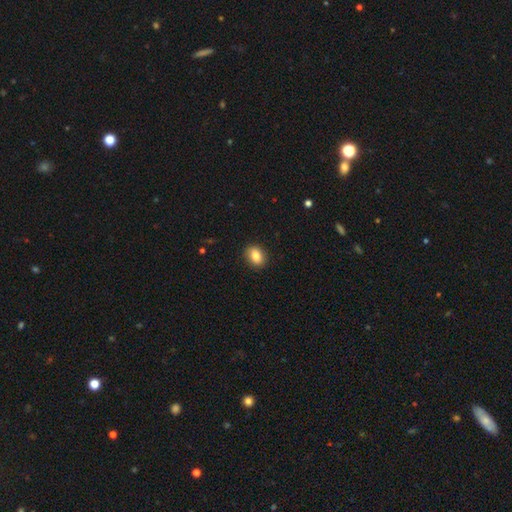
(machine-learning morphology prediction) Smooth or featured?
  - smooth: 84% *
  - star or artifact: 8%
  - featured or disk: 8%
How rounded?
  - in between: 67% *
  - round: 32%
  - cigar-shaped: 1%
Merging?
  - none: 90% *
  - minor disturbance: 7%
  - major disturbance: 2%
  - merger: 1%